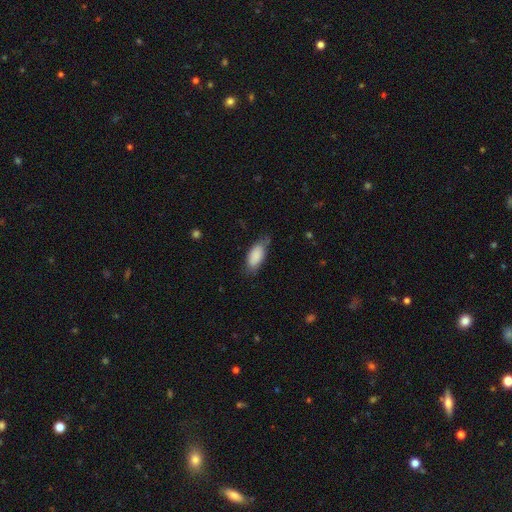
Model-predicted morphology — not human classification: smooth 87%, featured or disk 7%, star or artifact 6%. Down the decision tree: how rounded — in between (87%); merging — none (63%).